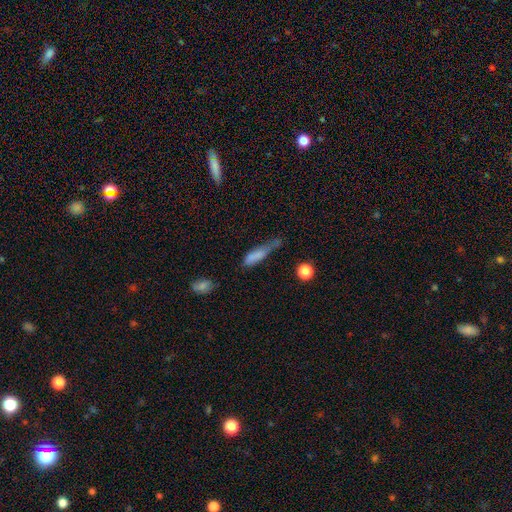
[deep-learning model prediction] This is likely a smooth galaxy (74%). How rounded: possibly cigar-shaped (60%). Merging: marginally minor disturbance (35%).